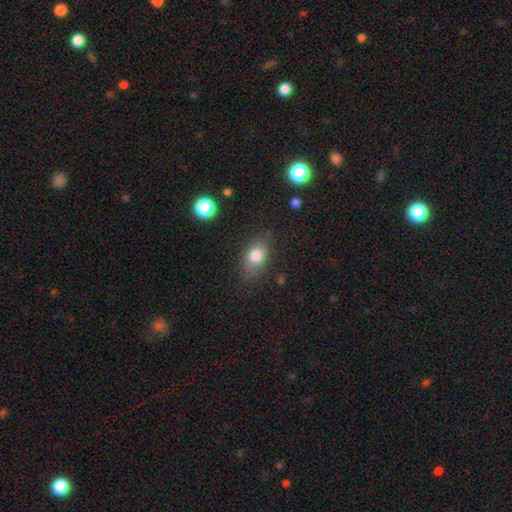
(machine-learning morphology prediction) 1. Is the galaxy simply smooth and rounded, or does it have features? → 80% smooth, 11% featured or disk, 10% star or artifact.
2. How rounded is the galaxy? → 79% in between, 18% round, 3% cigar-shaped.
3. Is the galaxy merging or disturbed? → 75% none, 18% minor disturbance, 5% major disturbance, 2% merger.